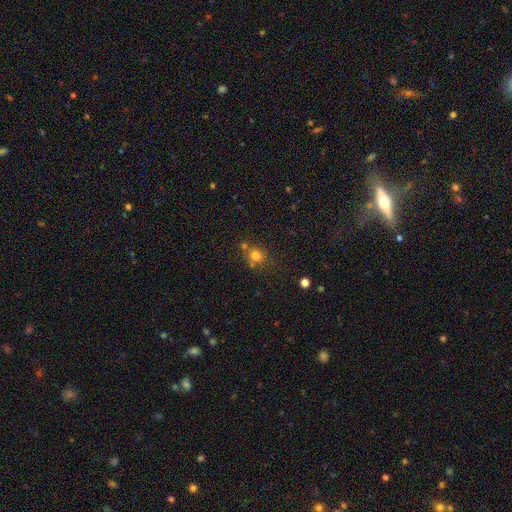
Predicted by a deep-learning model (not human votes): Smooth or featured? smooth (74%)
How rounded? round (82%)
Merging? none (65%)